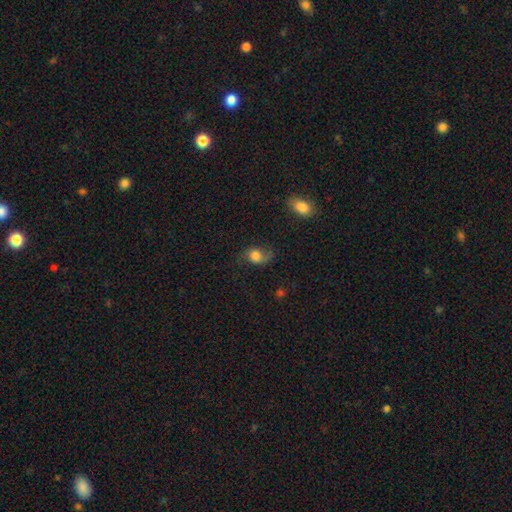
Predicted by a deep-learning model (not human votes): Q: Smooth or featured?
A: smooth (62%); runner-up: featured or disk (27%)
Q: How rounded?
A: round (53%); runner-up: in between (46%)
Q: Merging?
A: none (49%); runner-up: minor disturbance (26%)